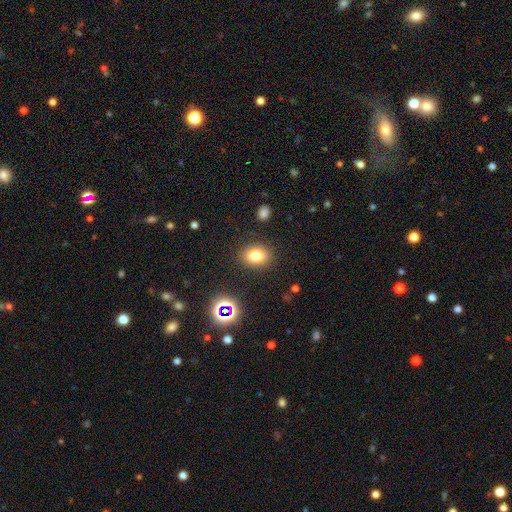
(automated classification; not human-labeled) This appears to be a smooth galaxy with no disk features (78%) that is in between round and cigar-shaped (58%). Merging: none (86%).